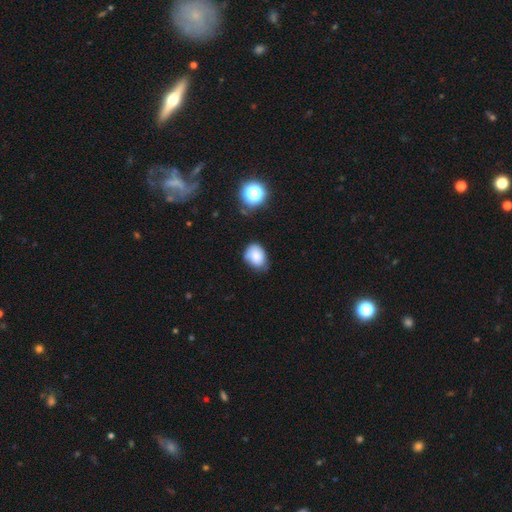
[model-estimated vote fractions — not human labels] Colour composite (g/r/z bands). It shows a smooth galaxy with no disk features (79%) that is in between round and cigar-shaped (61%). Merging: none (54%).